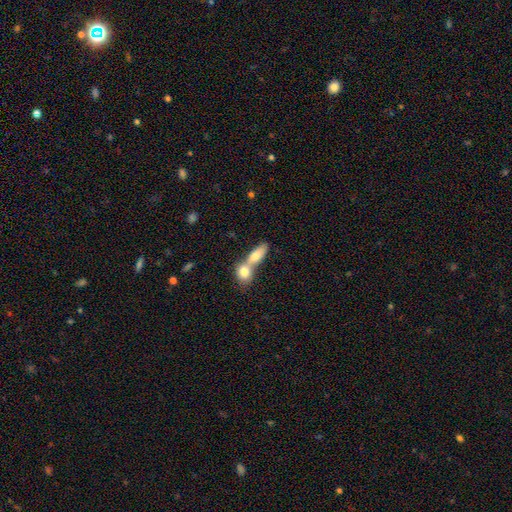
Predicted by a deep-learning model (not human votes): Morphology: type=smooth (74%); roundness=in between (66%); merging=merger (67%).